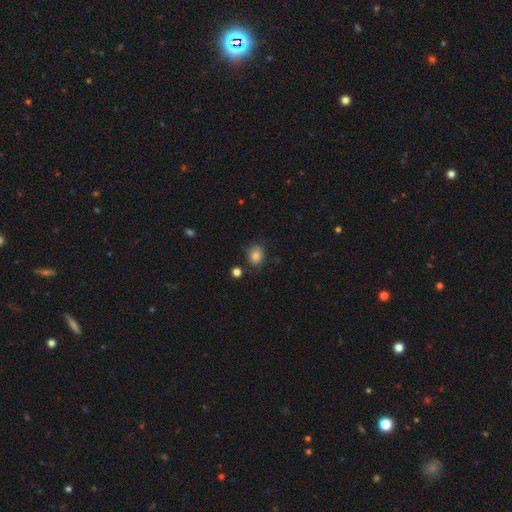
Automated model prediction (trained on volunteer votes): smooth 82%, star or artifact 11%, featured or disk 7%. Down the decision tree: how rounded — round (57%); merging — none (77%).